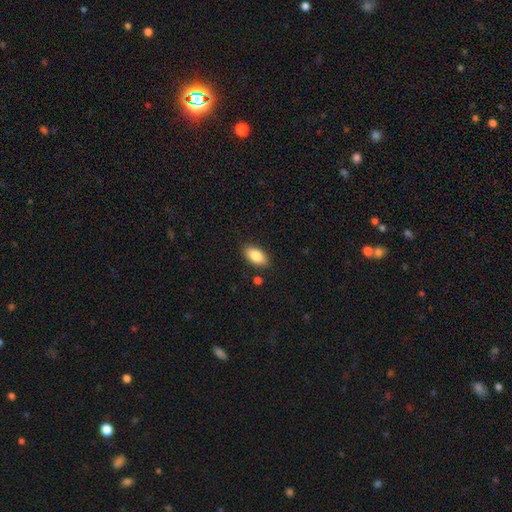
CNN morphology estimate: Smooth or featured? Predicted: smooth (p=0.86). How rounded? Predicted: in between (p=0.93). Merging? Predicted: none (p=0.86).